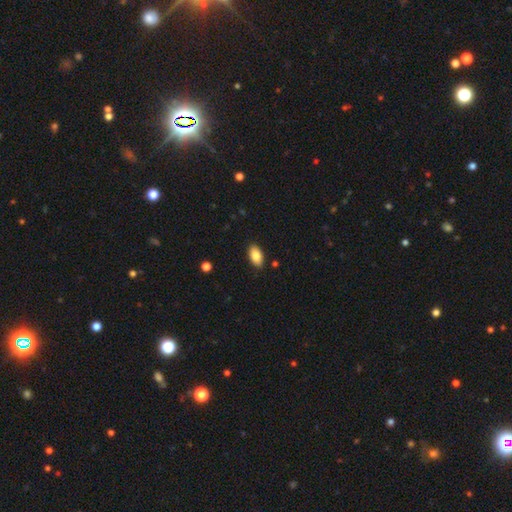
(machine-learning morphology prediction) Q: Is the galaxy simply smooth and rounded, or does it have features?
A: smooth — 84%.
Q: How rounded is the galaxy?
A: in between — 93%.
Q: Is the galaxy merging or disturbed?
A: none — 88%.